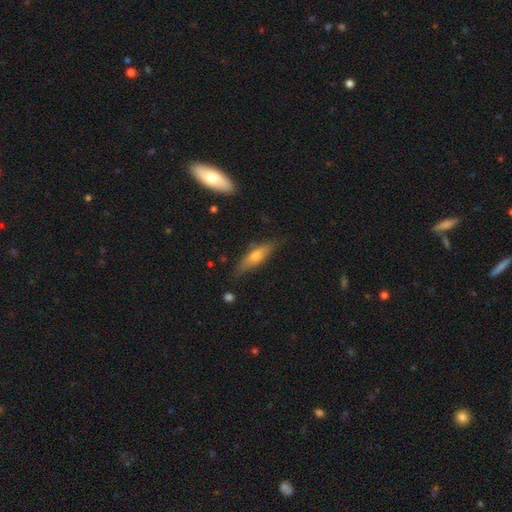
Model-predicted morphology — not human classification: Smooth or featured?
  - smooth: 56% *
  - featured or disk: 37%
  - star or artifact: 7%
How rounded?
  - cigar-shaped: 64% *
  - in between: 34%
  - round: 2%
Merging?
  - none: 76% *
  - minor disturbance: 18%
  - major disturbance: 4%
  - merger: 2%